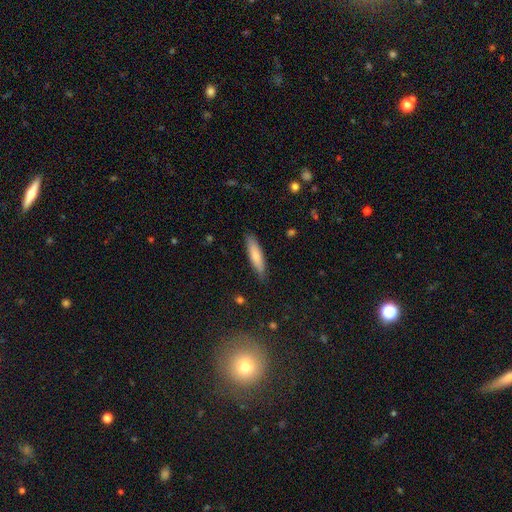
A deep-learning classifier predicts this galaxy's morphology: This is likely a smooth galaxy (77%). How rounded: likely cigar-shaped (71%). Merging: clearly none (85%).